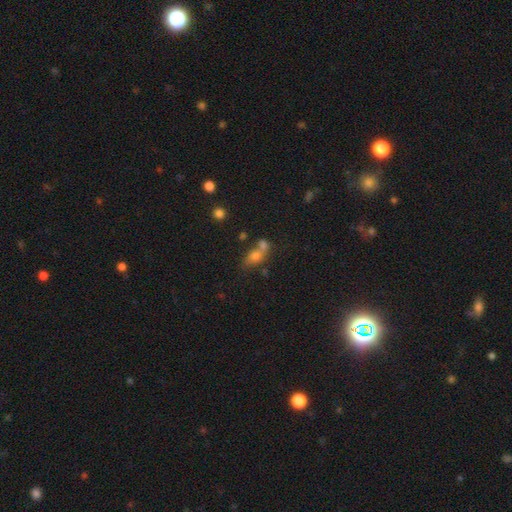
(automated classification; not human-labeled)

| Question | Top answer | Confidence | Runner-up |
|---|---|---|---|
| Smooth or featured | smooth | 67% | featured or disk (19%) |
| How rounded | in between | 63% | round (30%) |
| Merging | merger | 55% | none (28%) |